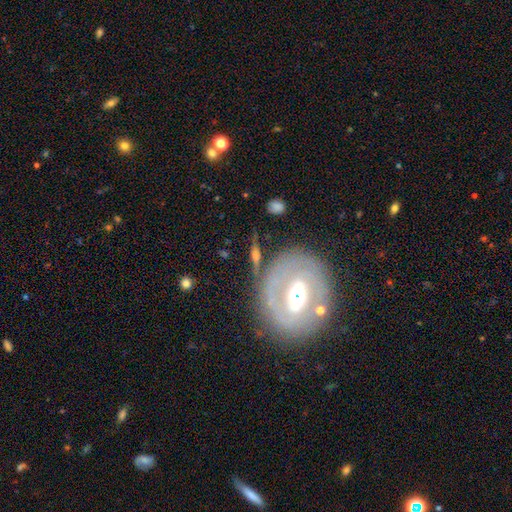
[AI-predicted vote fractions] Overall: featured or disk (57%; smooth 33%). Edge-on disk: yes (61%; no 39%). Merging: none (66%).